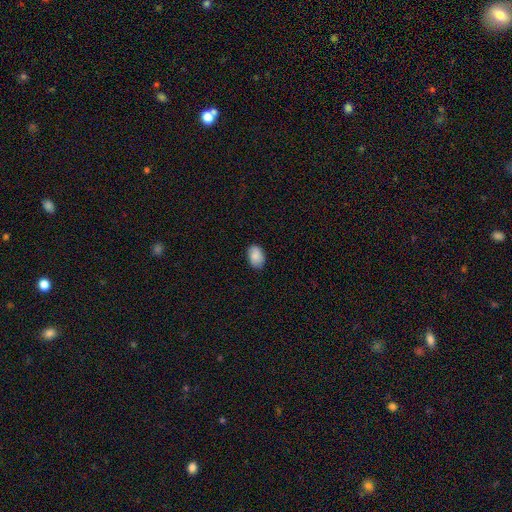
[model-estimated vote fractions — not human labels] Smooth or featured? Predicted: smooth (p=0.86). How rounded? Predicted: in between (p=0.87). Merging? Predicted: none (p=0.85).